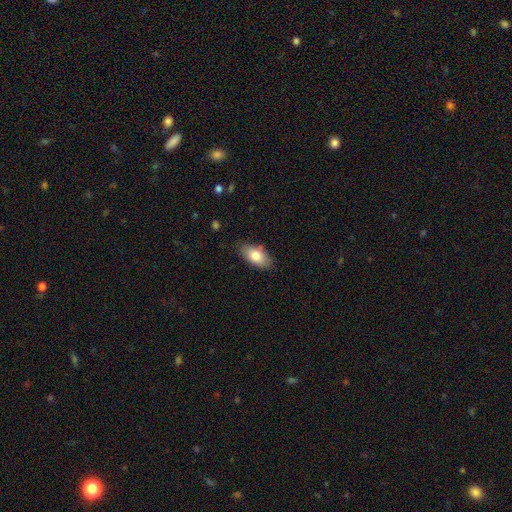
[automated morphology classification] Smooth or featured?
  - smooth: 79% *
  - featured or disk: 14%
  - star or artifact: 7%
How rounded?
  - in between: 91% *
  - round: 4%
  - cigar-shaped: 4%
Merging?
  - none: 83% *
  - minor disturbance: 13%
  - major disturbance: 2%
  - merger: 1%